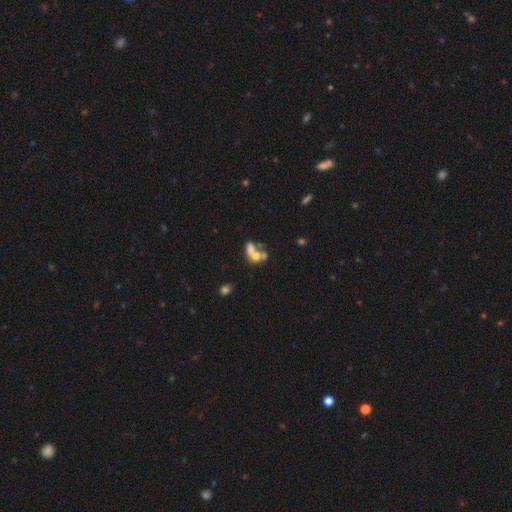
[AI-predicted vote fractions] smooth 54%, featured or disk 32%, star or artifact 14%. Down the decision tree: how rounded — in between (65%); merging — merger (62%).